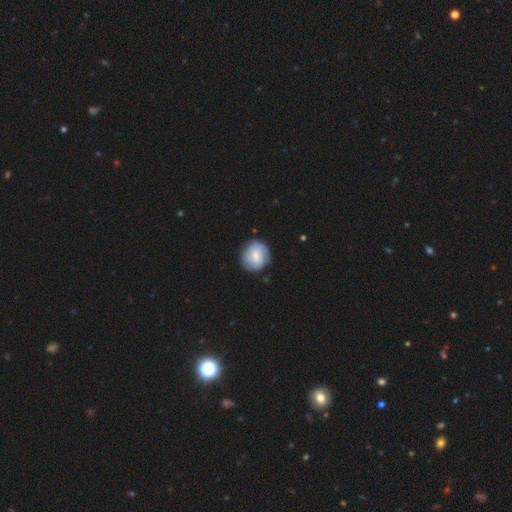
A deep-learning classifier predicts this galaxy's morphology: Smooth or featured?
  - smooth: 51% *
  - featured or disk: 42%
  - star or artifact: 6%
How rounded?
  - round: 87% *
  - in between: 12%
  - cigar-shaped: 1%
Merging?
  - none: 81% *
  - minor disturbance: 14%
  - major disturbance: 4%
  - merger: 1%